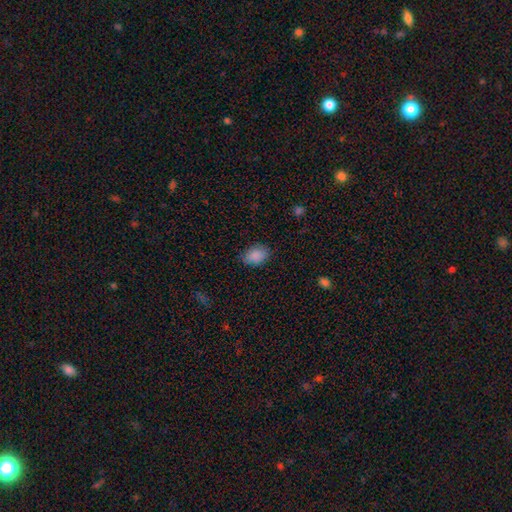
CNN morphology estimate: A smooth galaxy with no disk features (87%) that is in between round and cigar-shaped (73%). Merging: none (80%).